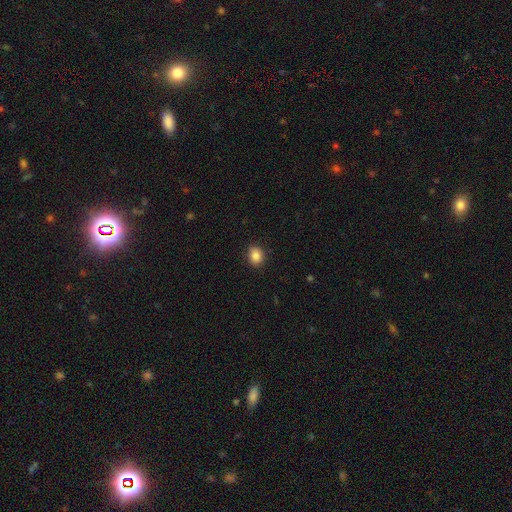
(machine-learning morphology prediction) Smooth or featured? smooth (87%)
How rounded? in between (53%)
Merging? none (89%)